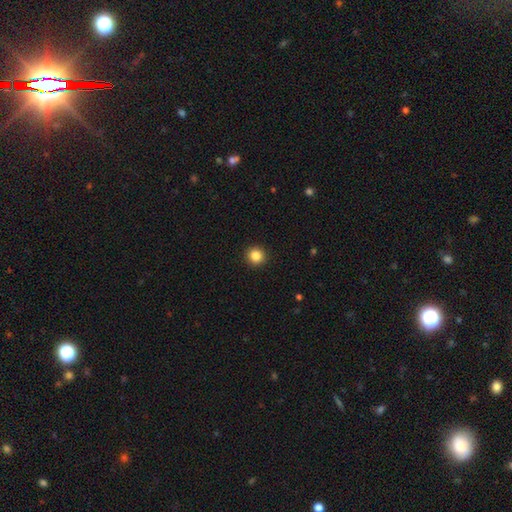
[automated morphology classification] A smooth galaxy with no disk features (85%) that is round (93%). Merging: none (93%).